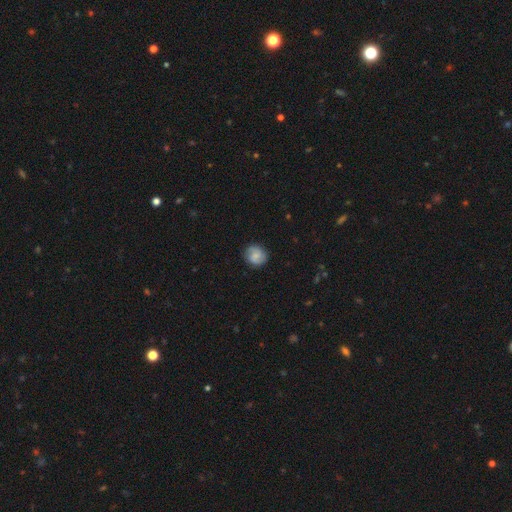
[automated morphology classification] This is possibly a smooth galaxy (49%). Merging: clearly none (84%).